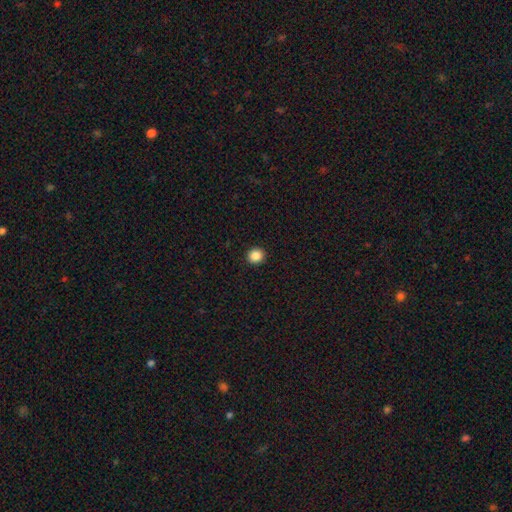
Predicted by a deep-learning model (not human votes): smooth_or_featured: smooth (p=0.87) [alt: star or artifact p=0.10]
how_rounded: round (p=0.88) [alt: in between p=0.11]
merging: none (p=0.93) [alt: minor disturbance p=0.04]